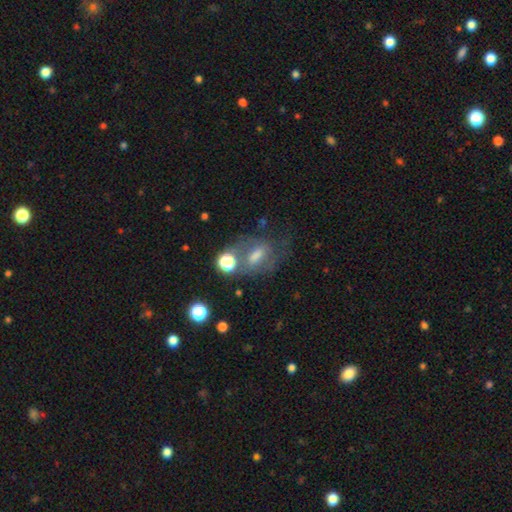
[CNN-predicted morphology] smooth-or-featured: featured or disk: 42% | smooth: 39% | star or artifact: 18%
  merging: none: 51% | minor disturbance: 20% | major disturbance: 18% | merger: 12%